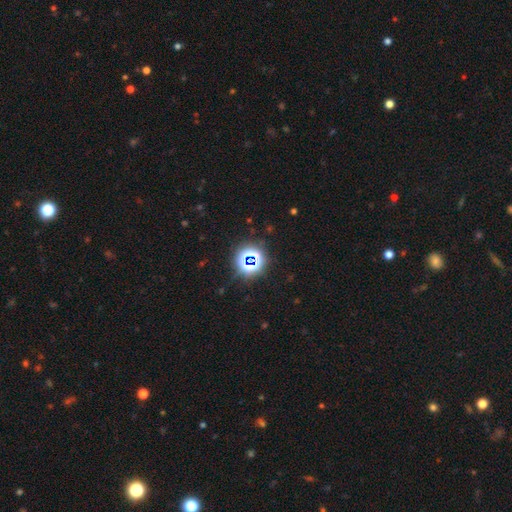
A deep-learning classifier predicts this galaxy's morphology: The model was most divided on "smooth or featured": star or artifact: 74%, smooth: 18%, featured or disk: 8%.